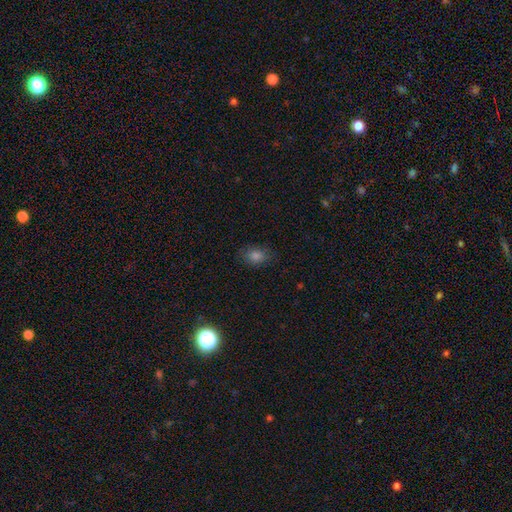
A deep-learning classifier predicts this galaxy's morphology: A smooth galaxy with no disk features (77%) that is in between round and cigar-shaped (63%).

Vote fractions:
- Smooth or featured? smooth: 77% / star or artifact: 17% / featured or disk: 7%
- How rounded? in between: 63% / round: 36% / cigar-shaped: 1%
- Merging? none: 82% / minor disturbance: 14% / major disturbance: 3% / merger: 1%